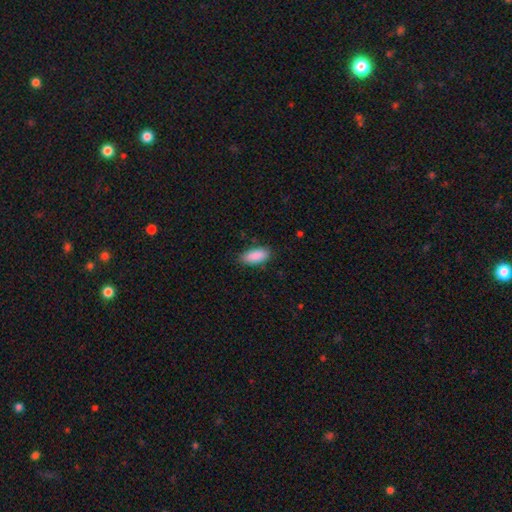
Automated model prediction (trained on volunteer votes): smooth-or-featured: smooth: 90% | star or artifact: 6% | featured or disk: 3%
  how-rounded: in between: 87% | cigar-shaped: 11% | round: 2%
  merging: none: 84% | minor disturbance: 12% | major disturbance: 3% | merger: 1%